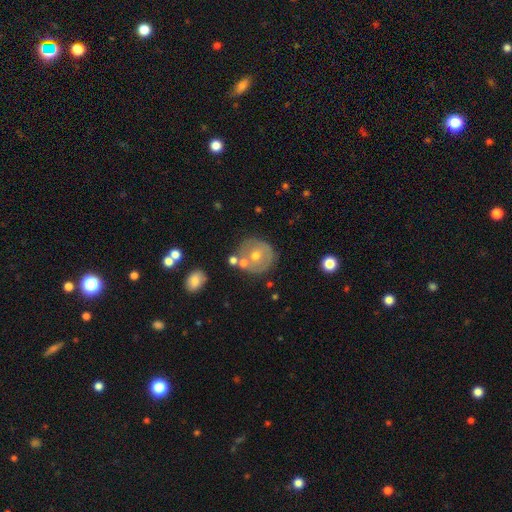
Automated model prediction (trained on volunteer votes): smooth 47%, featured or disk 44%, star or artifact 9%. Down the decision tree: merging — none (68%).